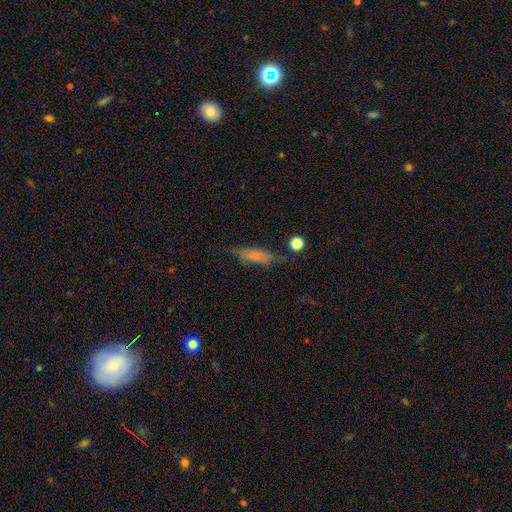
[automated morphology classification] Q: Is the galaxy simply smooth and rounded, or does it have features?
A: smooth — 64%.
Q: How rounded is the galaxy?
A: cigar-shaped — 56%.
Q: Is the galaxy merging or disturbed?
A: none — 59%.